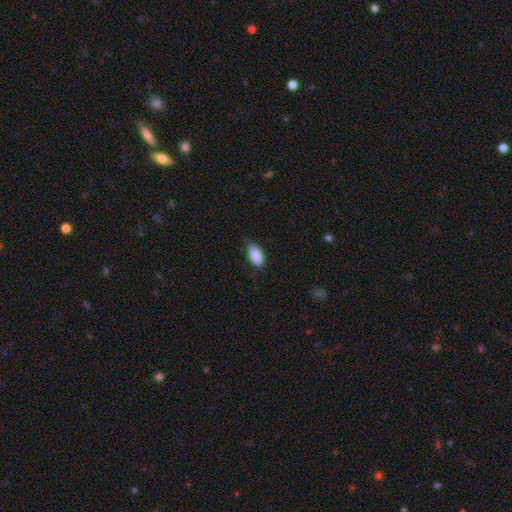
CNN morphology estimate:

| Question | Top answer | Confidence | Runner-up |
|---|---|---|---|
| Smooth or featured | smooth | 88% | star or artifact (7%) |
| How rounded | in between | 93% | cigar-shaped (5%) |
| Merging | none | 70% | minor disturbance (25%) |